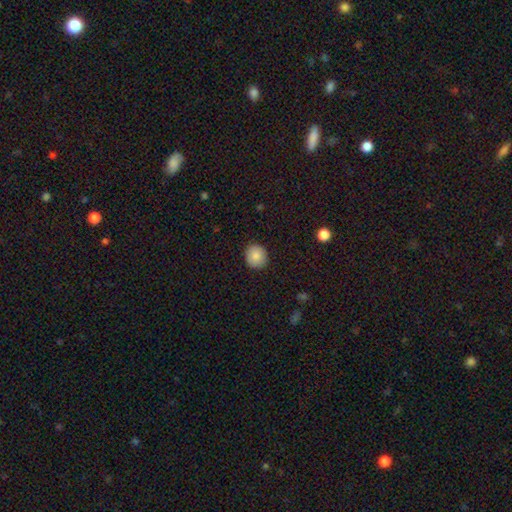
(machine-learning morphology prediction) smooth 87%, star or artifact 8%, featured or disk 6%. Down the decision tree: how rounded — round (87%); merging — none (90%).